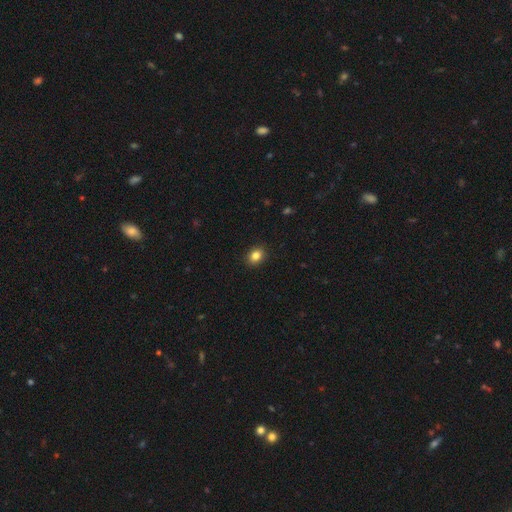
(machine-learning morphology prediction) smooth 84%, star or artifact 10%, featured or disk 6%. Down the decision tree: how rounded — in between (53%); merging — none (90%).